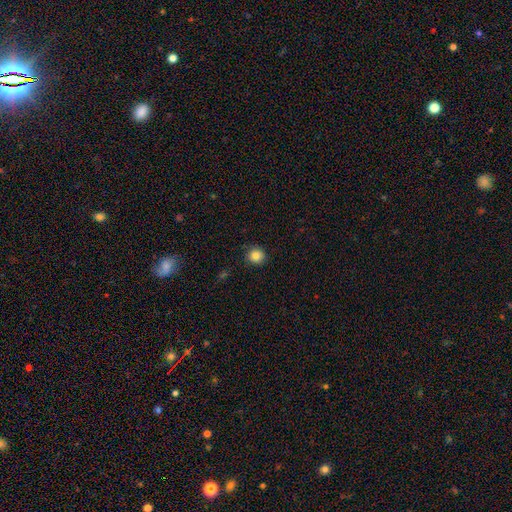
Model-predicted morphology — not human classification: type=smooth (84%); roundness=round (93%); merging=none (90%).